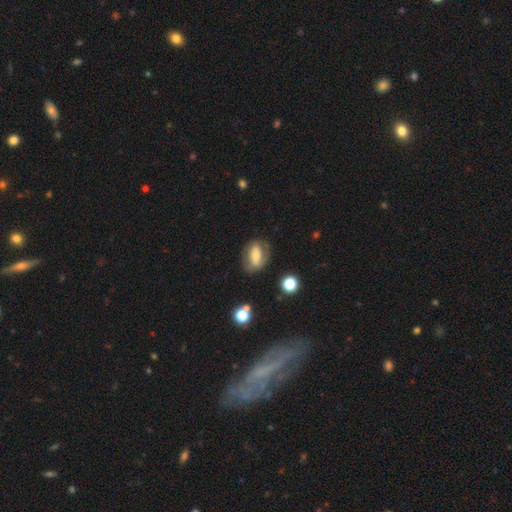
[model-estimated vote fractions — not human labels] This appears to be a smooth galaxy with no disk features (46%, tied with featured or disk). Merging: none (68%).